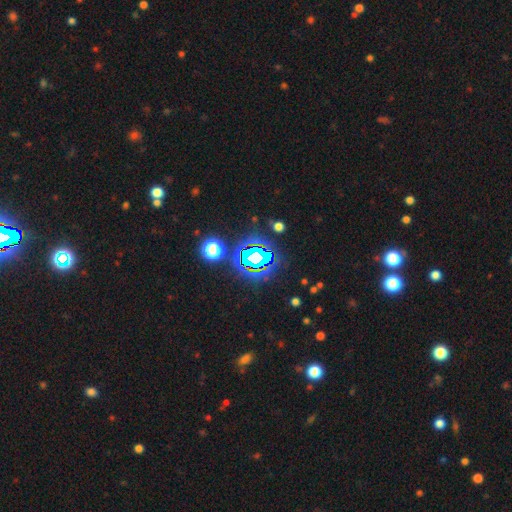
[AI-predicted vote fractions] star or artifact 77%, smooth 14%, featured or disk 9%.